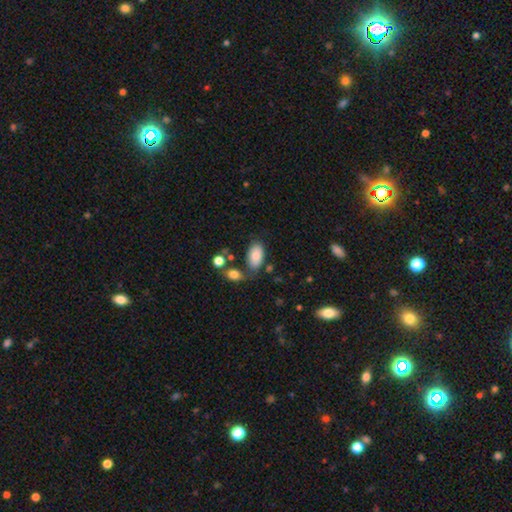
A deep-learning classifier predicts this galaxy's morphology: This is clearly a smooth galaxy (85%). How rounded: clearly in between (94%). Merging: likely none (64%).